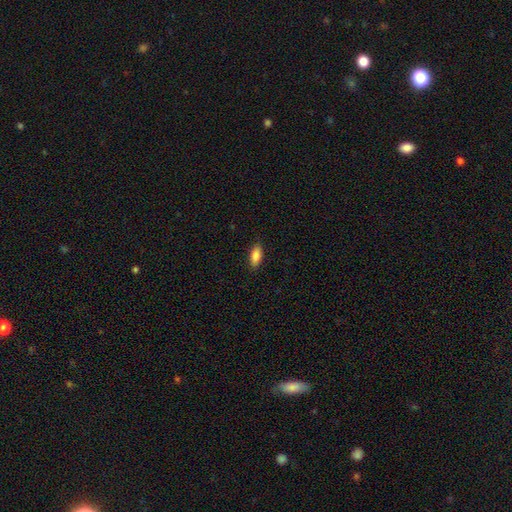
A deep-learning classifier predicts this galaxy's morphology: Q: Smooth or featured?
A: smooth (85%); runner-up: featured or disk (8%)
Q: How rounded?
A: in between (82%); runner-up: cigar-shaped (15%)
Q: Merging?
A: none (88%); runner-up: minor disturbance (9%)